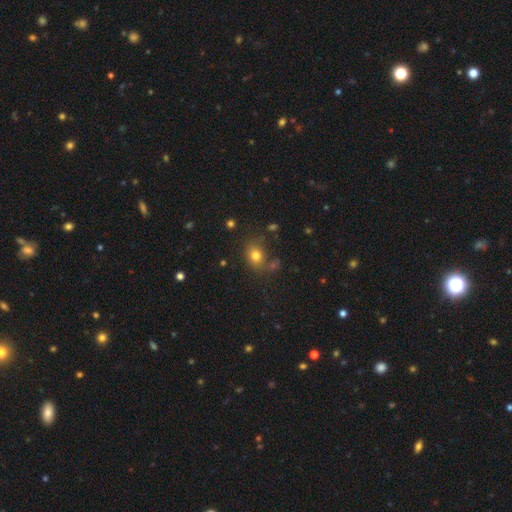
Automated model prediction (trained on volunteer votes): Smooth or featured?
  - smooth: 77% *
  - star or artifact: 14%
  - featured or disk: 9%
How rounded?
  - round: 57% *
  - in between: 42%
  - cigar-shaped: 1%
Merging?
  - none: 62% *
  - minor disturbance: 17%
  - merger: 12%
  - major disturbance: 9%